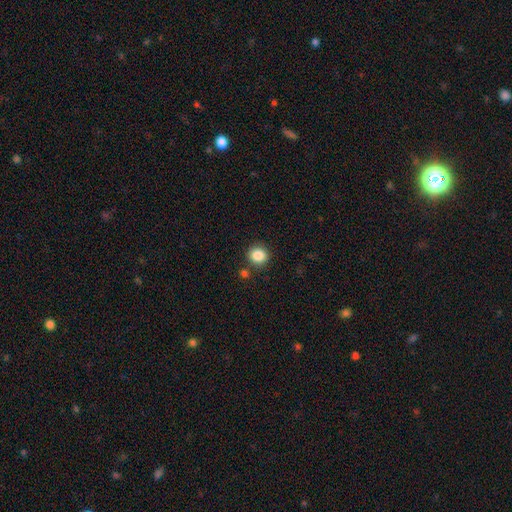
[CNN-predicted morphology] This is clearly a smooth galaxy (86%). How rounded: clearly round (87%). Merging: clearly none (82%).